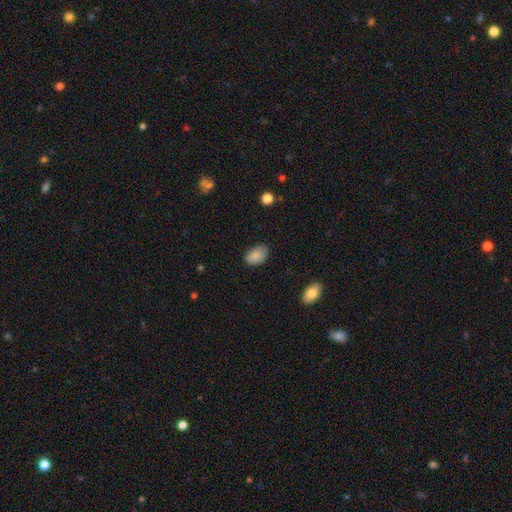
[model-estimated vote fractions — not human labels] A smooth galaxy with no disk features (87%) that is in between round and cigar-shaped (88%). Merging: none (78%).